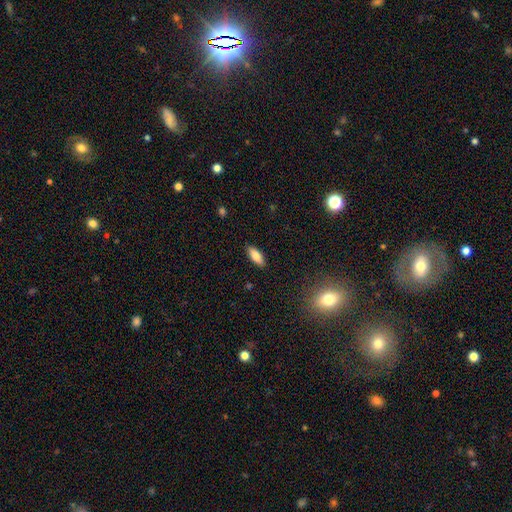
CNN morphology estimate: A smooth galaxy with no disk features (81%) that is in between round and cigar-shaped (78%).

Vote fractions:
- Smooth or featured? smooth: 81% / featured or disk: 12% / star or artifact: 7%
- How rounded? in between: 78% / cigar-shaped: 20% / round: 2%
- Merging? none: 89% / minor disturbance: 8% / major disturbance: 2% / merger: 1%